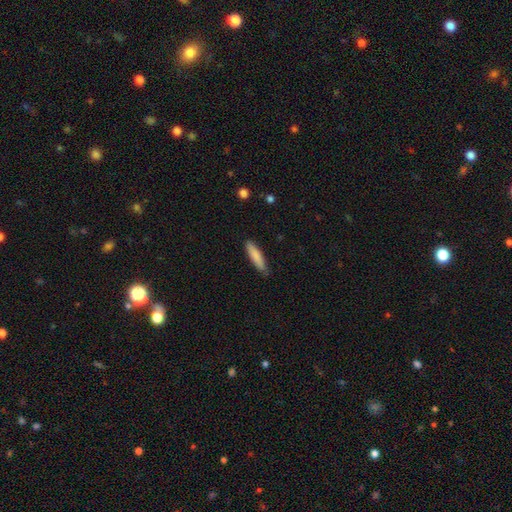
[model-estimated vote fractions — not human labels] smooth_or_featured: smooth (p=0.83) [alt: featured or disk p=0.11]
how_rounded: cigar-shaped (p=0.81) [alt: in between p=0.18]
merging: none (p=0.82) [alt: minor disturbance p=0.15]